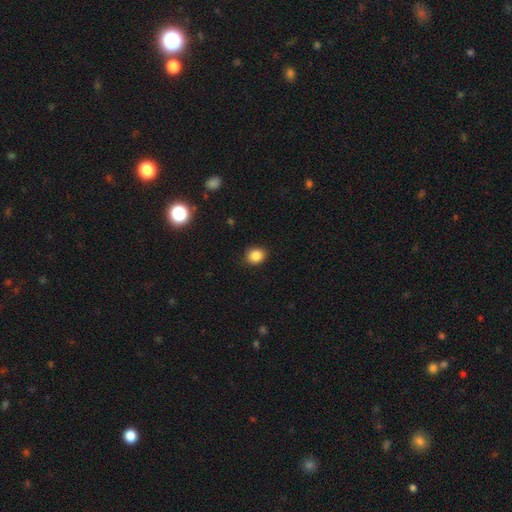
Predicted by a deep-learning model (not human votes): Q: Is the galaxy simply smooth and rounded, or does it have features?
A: smooth — 86%.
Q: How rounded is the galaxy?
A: round — 60%.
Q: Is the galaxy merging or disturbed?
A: none — 85%.